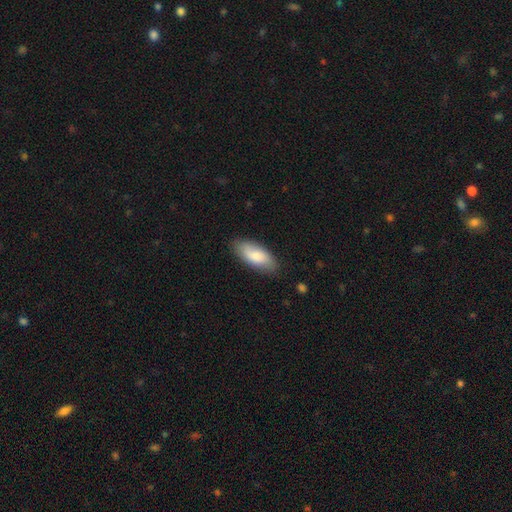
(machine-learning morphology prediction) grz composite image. It shows a smooth galaxy with no disk features (76%) that is in between round and cigar-shaped (86%). Merging: none (83%).